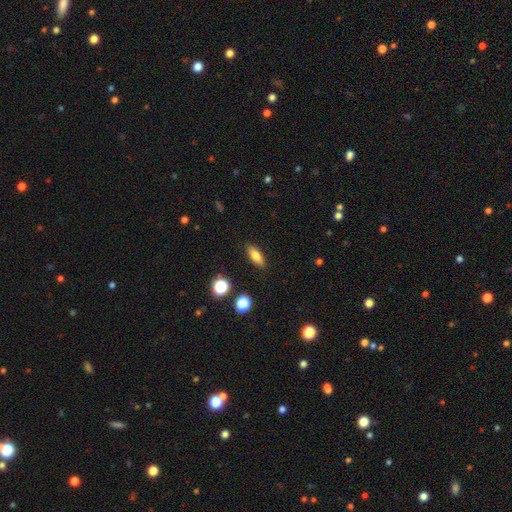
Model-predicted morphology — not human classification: Smooth or featured: smooth — 76% (featured or disk — 15%)
How rounded: in between — 68% (cigar-shaped — 27%)
Merging: none — 87% (minor disturbance — 9%)